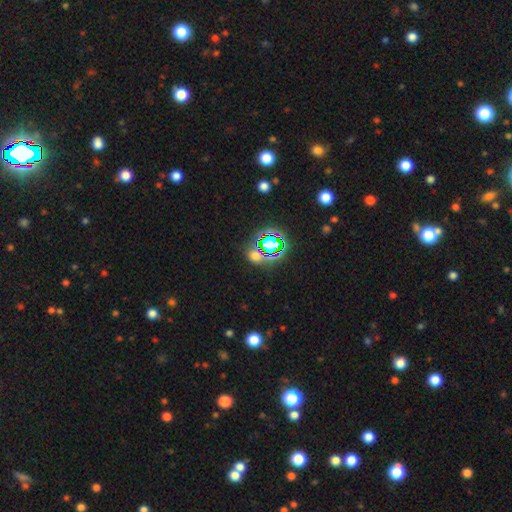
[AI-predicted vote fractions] This is possibly a star or artifact rather than a galaxy (48%).